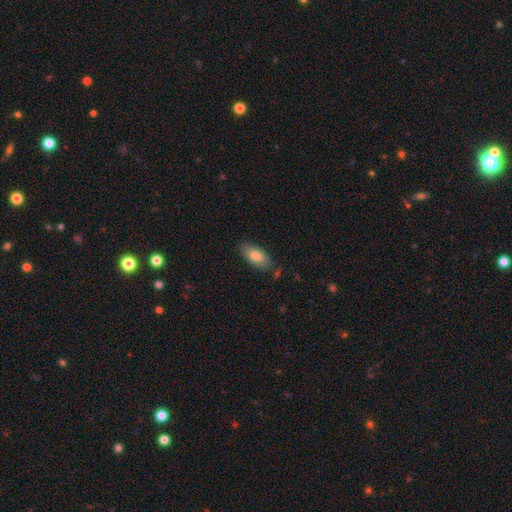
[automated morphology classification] This is likely a smooth galaxy (79%). How rounded: clearly in between (91%). Merging: likely none (79%).